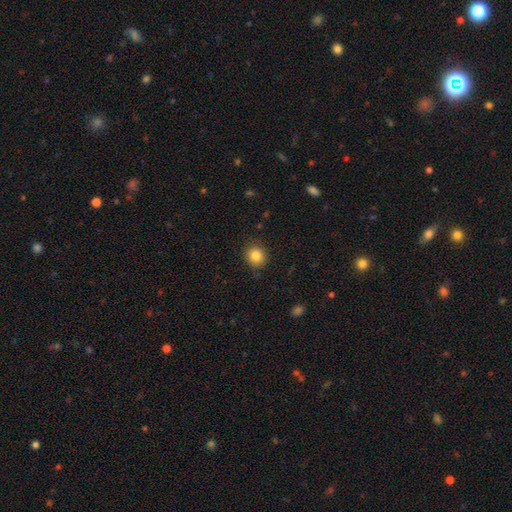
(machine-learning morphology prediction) Smooth or featured?
  - smooth: 84% *
  - star or artifact: 10%
  - featured or disk: 6%
How rounded?
  - round: 84% *
  - in between: 15%
  - cigar-shaped: 1%
Merging?
  - none: 86% *
  - minor disturbance: 11%
  - major disturbance: 3%
  - merger: 1%